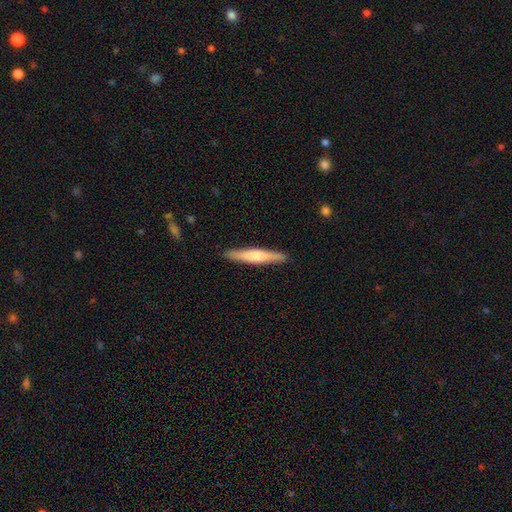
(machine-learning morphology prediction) A smooth galaxy with no disk features (53%) that is cigar-shaped (93%). Merging: none (90%).